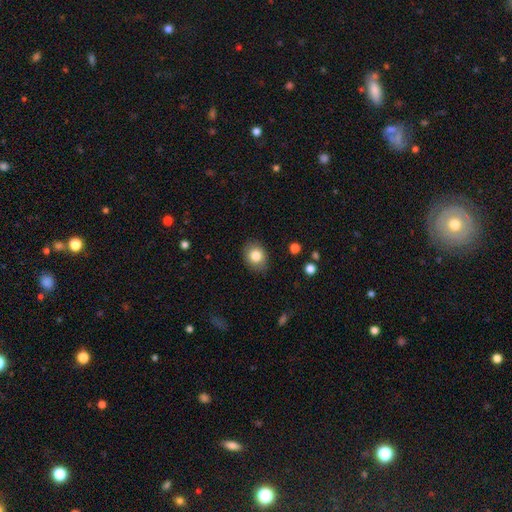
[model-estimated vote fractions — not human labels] smooth_or_featured: smooth (p=0.83) [alt: featured or disk p=0.09]
how_rounded: in between (p=0.52) [alt: round p=0.47]
merging: none (p=0.85) [alt: minor disturbance p=0.12]